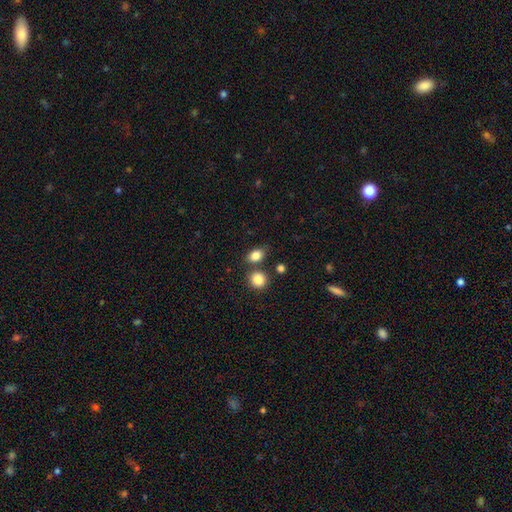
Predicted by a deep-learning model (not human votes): This is clearly a smooth galaxy (84%). How rounded: likely in between (64%). Merging: likely none (69%).